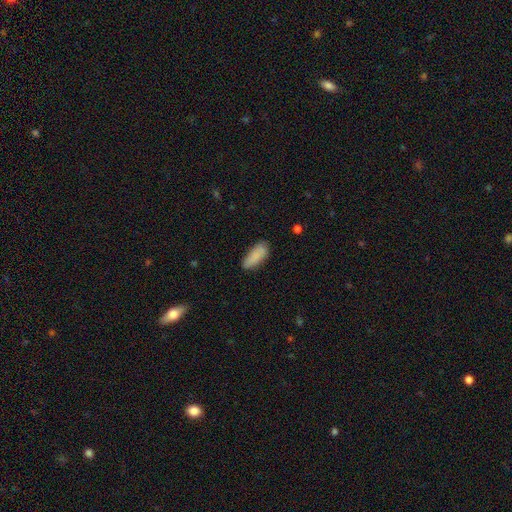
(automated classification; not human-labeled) This appears to be a smooth galaxy with no disk features (87%) that is in between round and cigar-shaped (75%). Merging: none (77%).